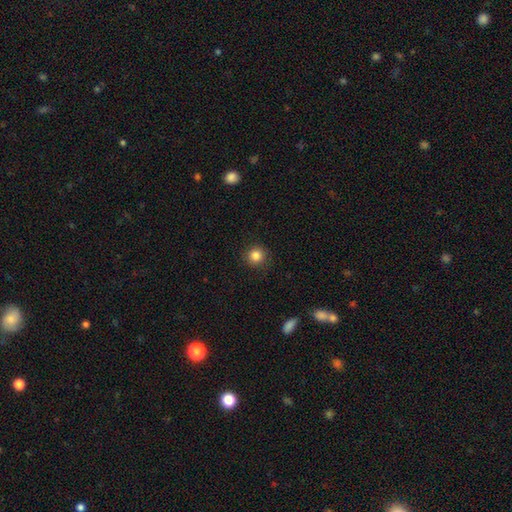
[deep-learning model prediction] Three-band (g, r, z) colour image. It shows a smooth galaxy with no disk features (84%) that is round (93%). Merging: none (90%).